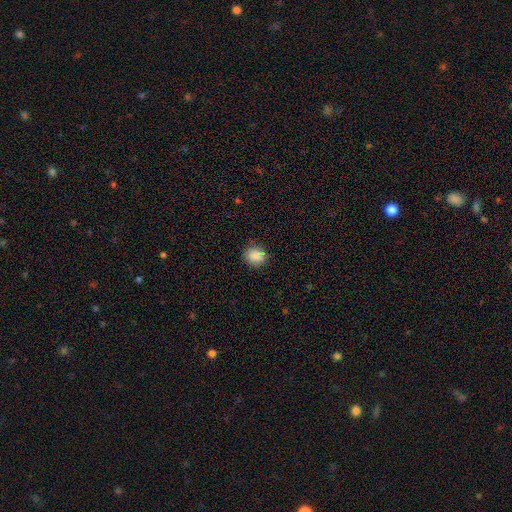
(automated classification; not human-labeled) A smooth galaxy with no disk features (85%) that is round (74%). Merging: none (82%).